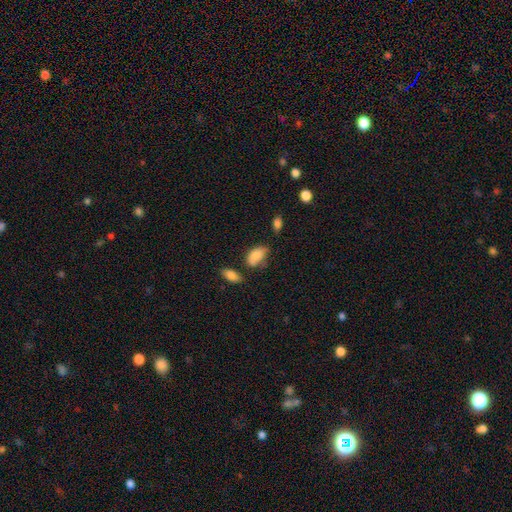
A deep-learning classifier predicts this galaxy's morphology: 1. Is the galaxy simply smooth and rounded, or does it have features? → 84% smooth, 8% featured or disk, 8% star or artifact.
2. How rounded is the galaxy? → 93% in between, 4% round, 3% cigar-shaped.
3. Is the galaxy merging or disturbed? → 49% none, 34% minor disturbance, 9% major disturbance, 8% merger.